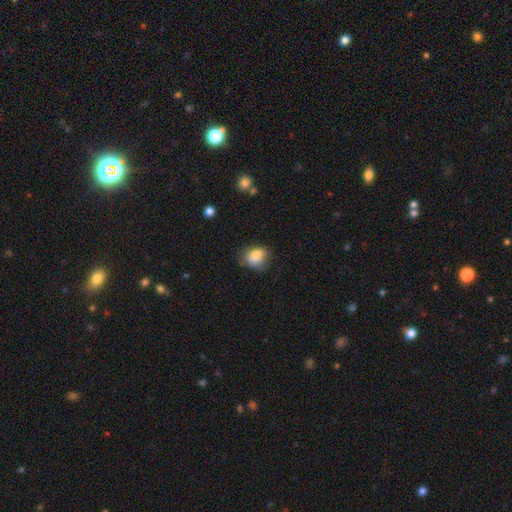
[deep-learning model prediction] The model was most divided on "how rounded": in between: 56%, round: 43%, cigar-shaped: 1%. More confident: smooth or featured — smooth (83%); merging — none (60%).